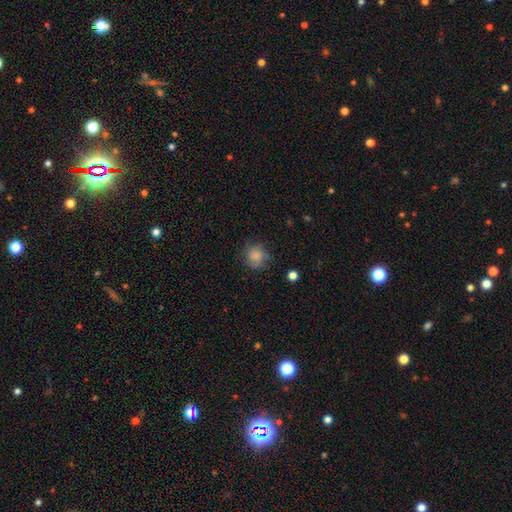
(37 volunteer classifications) Morphology: type=smooth (89%); roundness=round (97%); merging=none (91%).